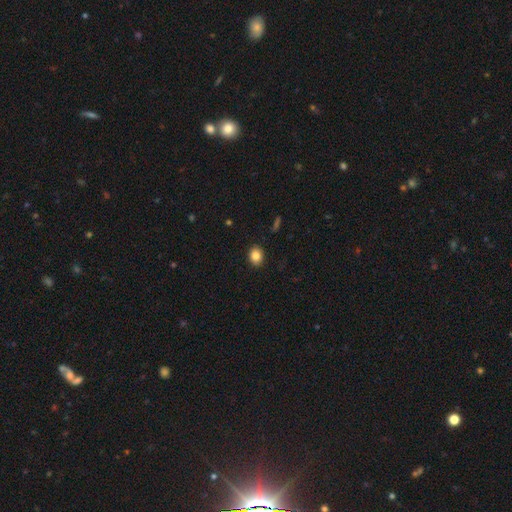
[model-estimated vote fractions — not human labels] The model was most divided on "how rounded": in between: 52%, round: 47%, cigar-shaped: 1%. More confident: merging — none (90%); smooth or featured — smooth (85%).